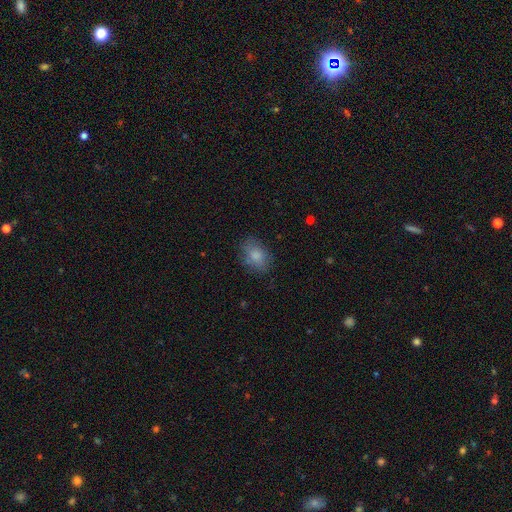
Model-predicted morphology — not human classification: smooth 83%, featured or disk 9%, star or artifact 8%. Down the decision tree: how rounded — in between (79%); merging — none (76%).